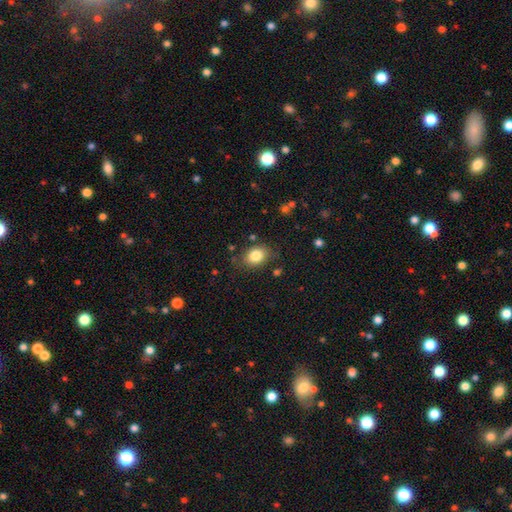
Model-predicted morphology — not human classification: This appears to be a smooth galaxy with no disk features (83%) that is in between round and cigar-shaped (64%). Merging: none (80%).